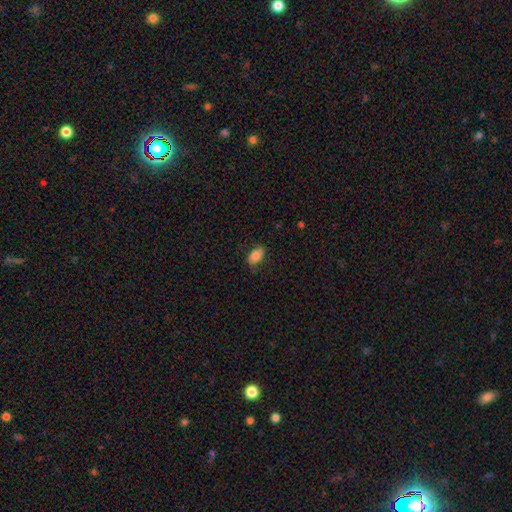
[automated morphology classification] Q: Smooth or featured?
A: smooth (76%); runner-up: featured or disk (16%)
Q: How rounded?
A: in between (90%); runner-up: round (8%)
Q: Merging?
A: none (73%); runner-up: minor disturbance (20%)